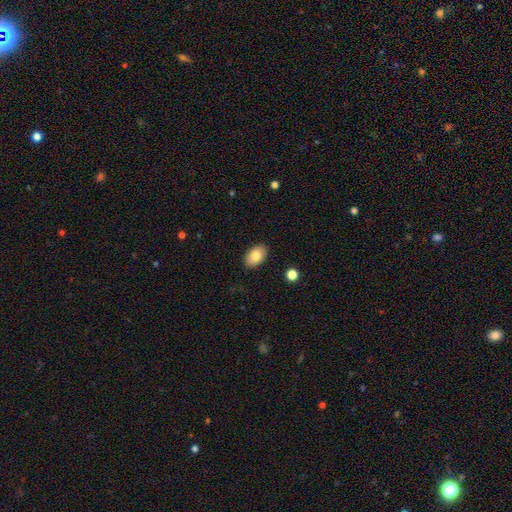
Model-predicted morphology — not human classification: Smooth or featured? Predicted: smooth (p=0.83). How rounded? Predicted: in between (p=0.91). Merging? Predicted: none (p=0.89).